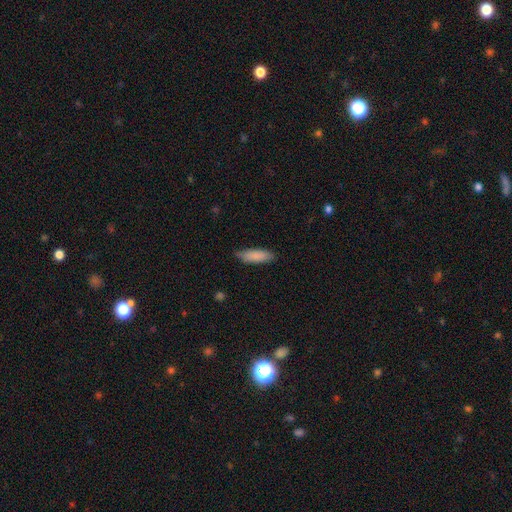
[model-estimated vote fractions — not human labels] Smooth or featured? Predicted: smooth (p=0.87). How rounded? Predicted: in between (p=0.58). Merging? Predicted: none (p=0.79).